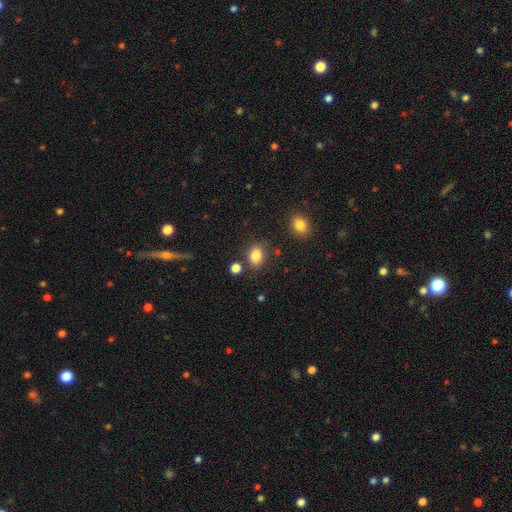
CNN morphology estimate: Smooth or featured?
  - smooth: 84% *
  - star or artifact: 10%
  - featured or disk: 5%
How rounded?
  - in between: 66% *
  - round: 32%
  - cigar-shaped: 1%
Merging?
  - none: 76% *
  - minor disturbance: 13%
  - merger: 7%
  - major disturbance: 4%